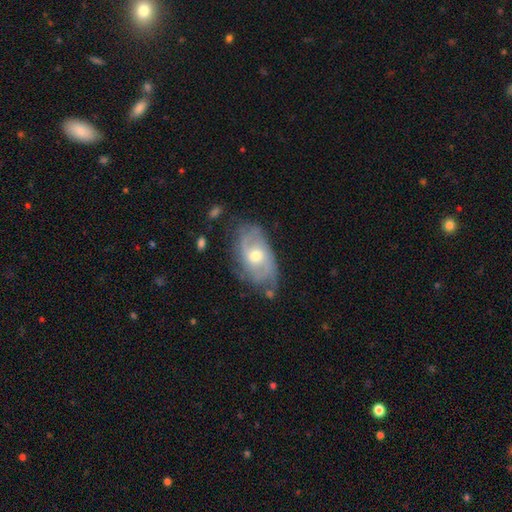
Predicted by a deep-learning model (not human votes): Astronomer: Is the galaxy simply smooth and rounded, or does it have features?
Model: featured or disk — 73%.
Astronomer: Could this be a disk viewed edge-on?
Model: no — 94%.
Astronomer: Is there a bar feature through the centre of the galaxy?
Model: no — 67%.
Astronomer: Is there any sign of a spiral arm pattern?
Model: yes — 86%.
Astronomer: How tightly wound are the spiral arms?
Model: medium — 40% (runner-up: tight, 39%).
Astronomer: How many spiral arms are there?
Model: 2 — 48% (runner-up: can't tell, 30%).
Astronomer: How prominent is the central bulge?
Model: moderate — 66%.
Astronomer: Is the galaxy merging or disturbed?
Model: none — 63%.